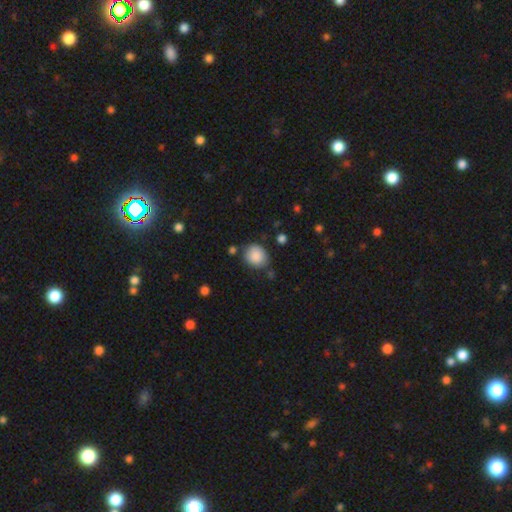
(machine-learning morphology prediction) smooth-or-featured: smooth: 88% | star or artifact: 8% | featured or disk: 5%
  how-rounded: round: 75% | in between: 24% | cigar-shaped: 1%
  merging: none: 75% | minor disturbance: 16% | merger: 5% | major disturbance: 4%